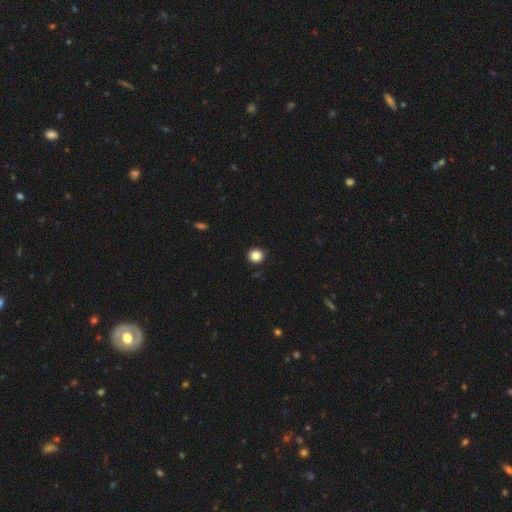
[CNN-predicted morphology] Q: Smooth or featured?
A: smooth (84%); runner-up: star or artifact (11%)
Q: How rounded?
A: round (89%); runner-up: in between (10%)
Q: Merging?
A: none (92%); runner-up: minor disturbance (6%)